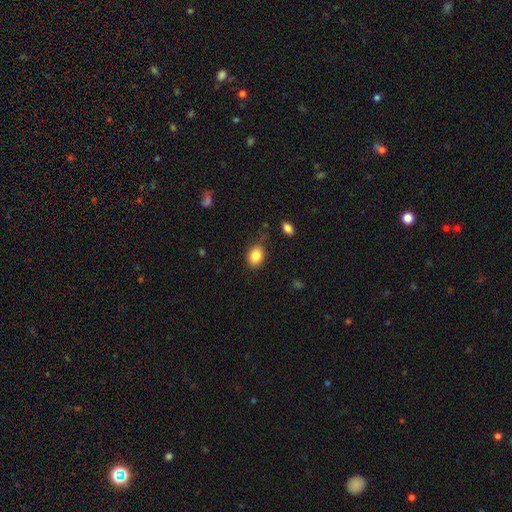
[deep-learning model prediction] A smooth galaxy with no disk features (84%) that is in between round and cigar-shaped (63%).

Vote fractions:
- Smooth or featured? smooth: 84% / star or artifact: 9% / featured or disk: 7%
- How rounded? in between: 63% / round: 35% / cigar-shaped: 1%
- Merging? none: 71% / minor disturbance: 22% / major disturbance: 5% / merger: 3%